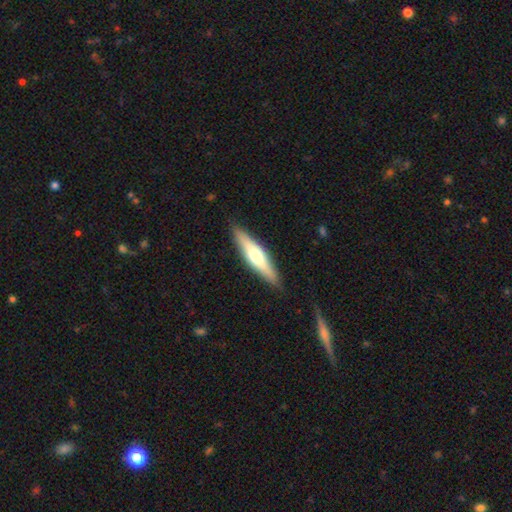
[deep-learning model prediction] This is possibly a featured or disk galaxy (48%). Merging: clearly none (88%).